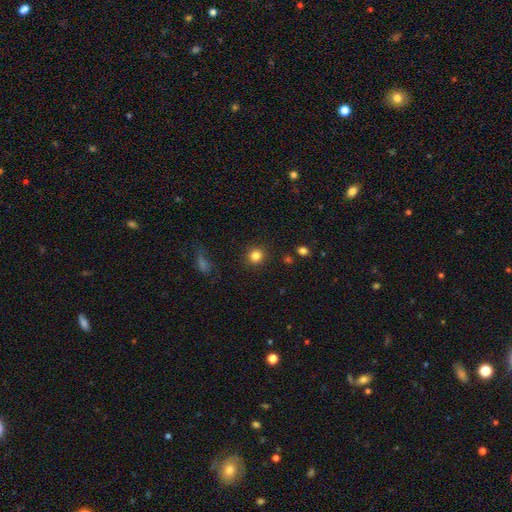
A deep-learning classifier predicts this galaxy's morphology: Smooth or featured? Predicted: smooth (p=0.84). How rounded? Predicted: round (p=0.91). Merging? Predicted: none (p=0.90).